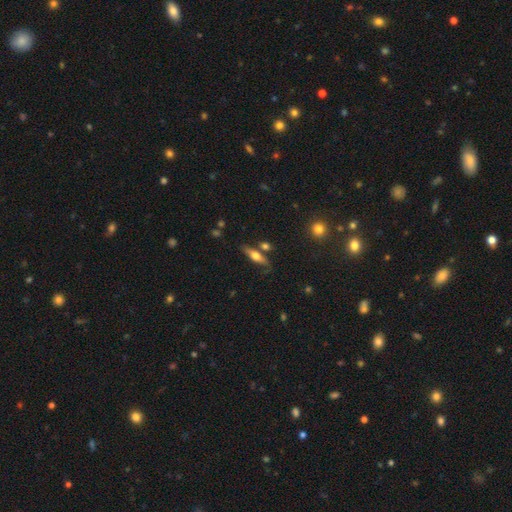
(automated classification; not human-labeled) The model was most divided on "smooth or featured": smooth: 47%, featured or disk: 46%, star or artifact: 7%. More confident: merging — none (71%).